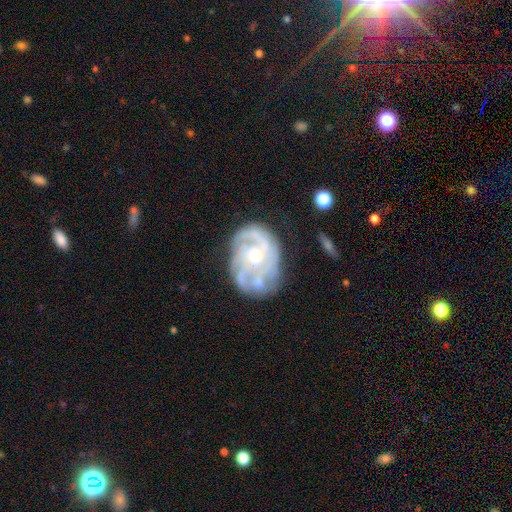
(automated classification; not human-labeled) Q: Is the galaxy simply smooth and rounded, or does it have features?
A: featured or disk — 83%.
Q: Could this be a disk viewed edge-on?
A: no — 97%.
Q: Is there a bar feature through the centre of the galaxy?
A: no — 73%.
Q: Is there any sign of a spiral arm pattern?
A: yes — 88%.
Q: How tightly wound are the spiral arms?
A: tight — 53%.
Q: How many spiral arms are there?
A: can't tell — 35%.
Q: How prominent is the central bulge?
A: moderate — 48%.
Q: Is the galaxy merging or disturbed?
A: none — 61%.